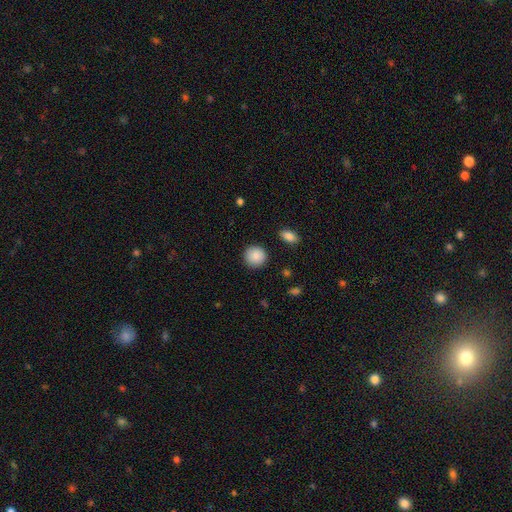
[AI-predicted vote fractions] Smooth or featured: smooth — 88% (star or artifact — 7%)
How rounded: round — 92% (in between — 7%)
Merging: none — 90% (minor disturbance — 6%)